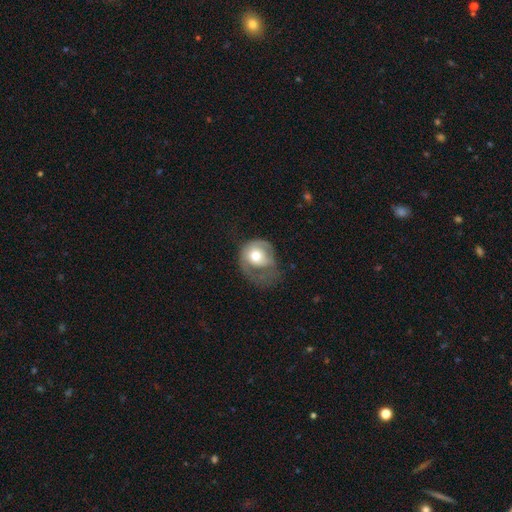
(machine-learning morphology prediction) Q: Smooth or featured?
A: smooth (51%); runner-up: featured or disk (42%)
Q: How rounded?
A: round (65%); runner-up: in between (34%)
Q: Merging?
A: major disturbance (57%); runner-up: minor disturbance (22%)